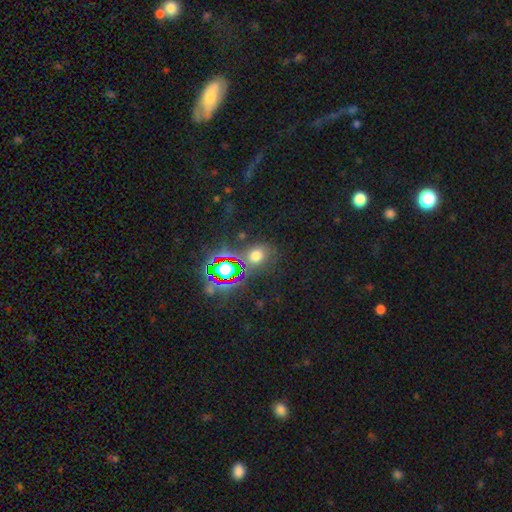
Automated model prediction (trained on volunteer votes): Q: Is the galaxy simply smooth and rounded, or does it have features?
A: smooth — 55%.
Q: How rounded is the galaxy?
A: round — 61%.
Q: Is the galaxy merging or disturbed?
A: none — 70%.